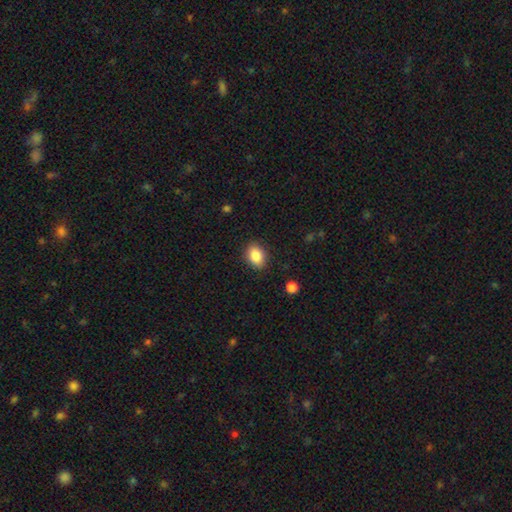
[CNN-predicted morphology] Overall: smooth (87%). How rounded: in between (75%). Merging: none (86%).